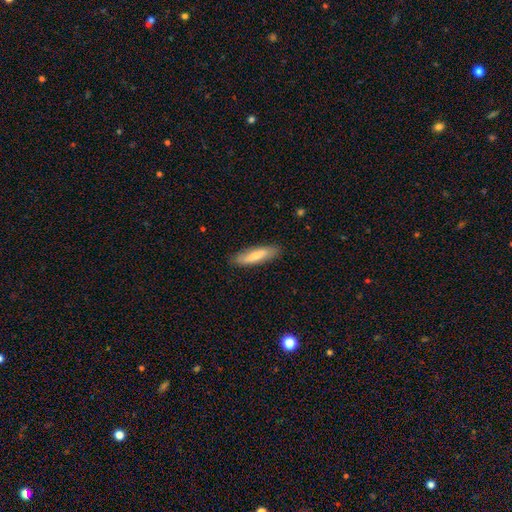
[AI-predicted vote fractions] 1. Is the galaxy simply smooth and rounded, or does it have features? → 72% smooth, 23% featured or disk, 5% star or artifact.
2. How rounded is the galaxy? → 68% cigar-shaped, 30% in between, 2% round.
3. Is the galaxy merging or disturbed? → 85% none, 12% minor disturbance, 2% major disturbance, 1% merger.